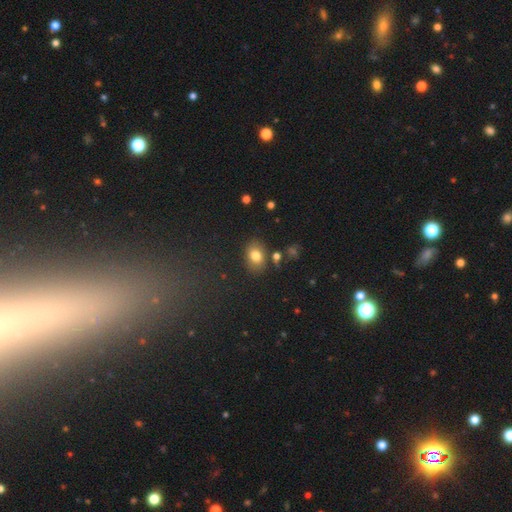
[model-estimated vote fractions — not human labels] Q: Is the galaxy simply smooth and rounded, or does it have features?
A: smooth — 79%.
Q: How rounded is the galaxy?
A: in between — 73%.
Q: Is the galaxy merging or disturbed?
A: none — 78%.